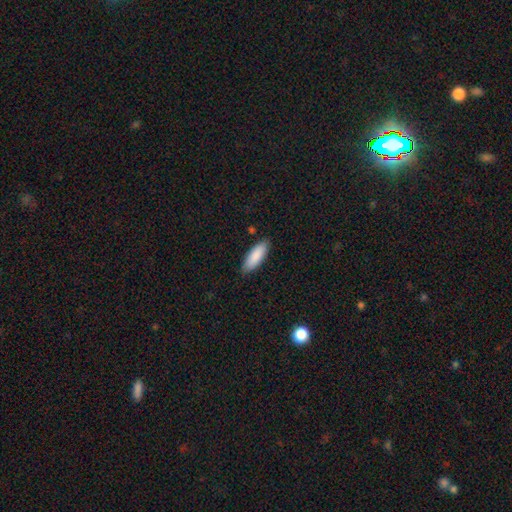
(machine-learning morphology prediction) Overall: smooth (88%). How rounded: in between (67%; cigar-shaped 32%). Merging: none (85%).